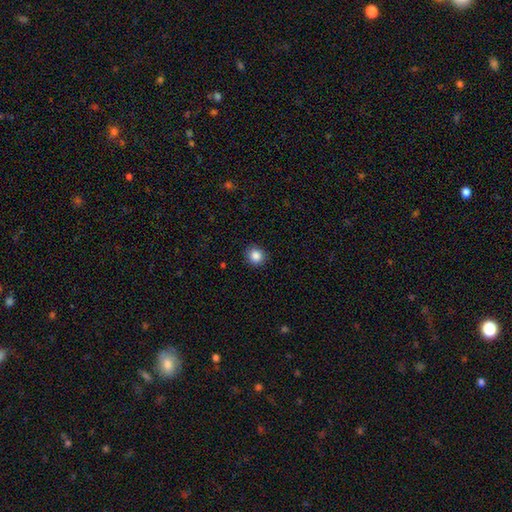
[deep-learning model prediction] smooth-or-featured: smooth: 86% | star or artifact: 10% | featured or disk: 4%
  how-rounded: round: 87% | in between: 12% | cigar-shaped: 1%
  merging: none: 90% | minor disturbance: 7% | major disturbance: 2% | merger: 1%